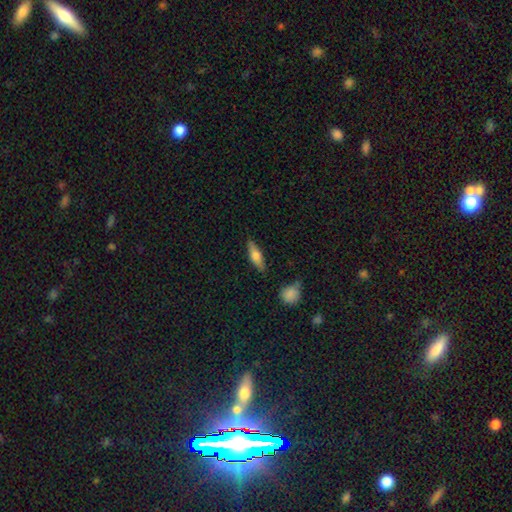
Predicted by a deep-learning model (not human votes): Morphology: type=smooth (56%); roundness=cigar-shaped (55%); merging=none (83%).